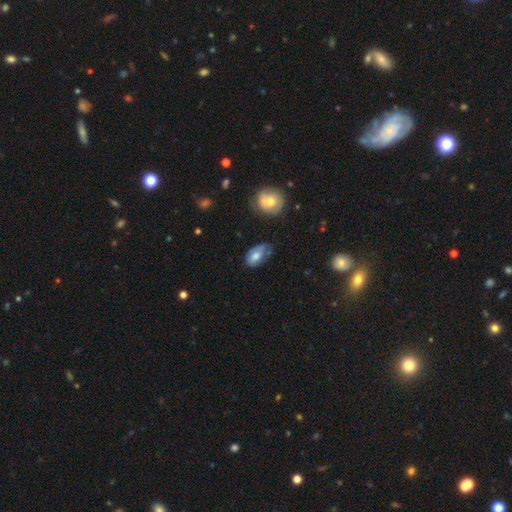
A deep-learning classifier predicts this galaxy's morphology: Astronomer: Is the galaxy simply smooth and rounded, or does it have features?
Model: smooth — 68%.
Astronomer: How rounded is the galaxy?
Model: in between — 91%.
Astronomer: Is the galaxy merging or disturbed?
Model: none — 43% (runner-up: minor disturbance, 39%).